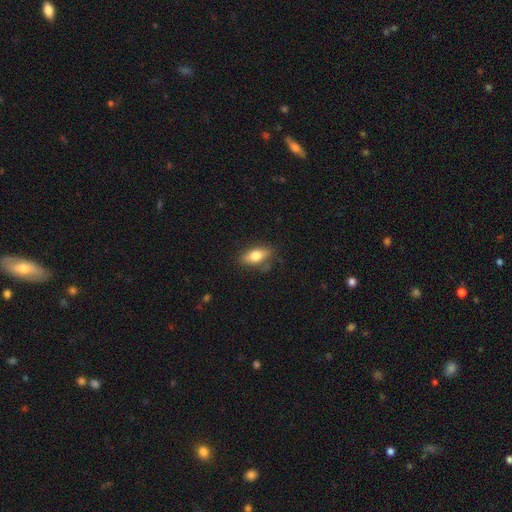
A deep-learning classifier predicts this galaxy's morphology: smooth 70%, featured or disk 23%, star or artifact 7%. Down the decision tree: how rounded — in between (77%); merging — none (74%).